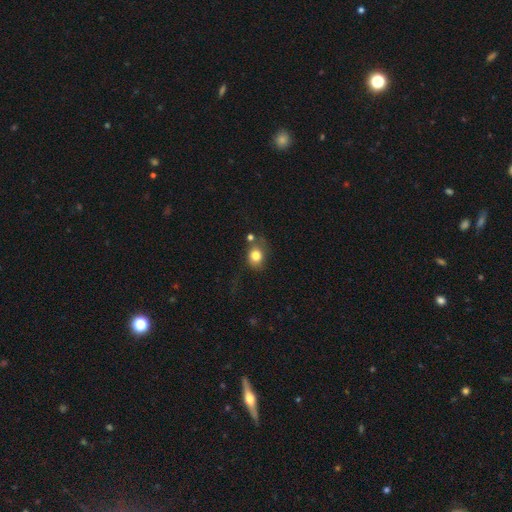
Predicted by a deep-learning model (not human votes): This is clearly a smooth galaxy (80%). How rounded: possibly round (56%). Merging: possibly none (56%).